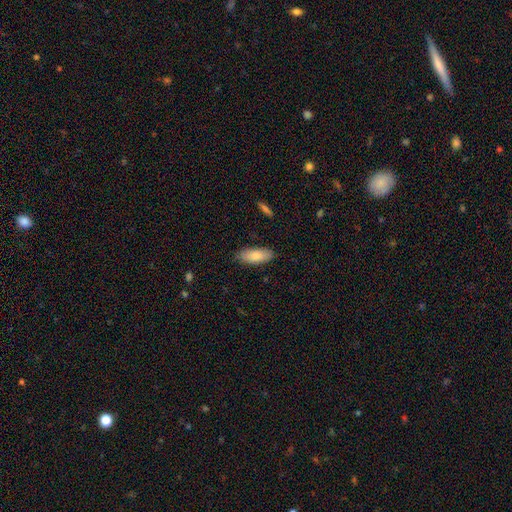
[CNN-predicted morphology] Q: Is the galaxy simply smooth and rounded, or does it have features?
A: smooth — 81%.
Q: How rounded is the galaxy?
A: in between — 78%.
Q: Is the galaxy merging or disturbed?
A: none — 85%.